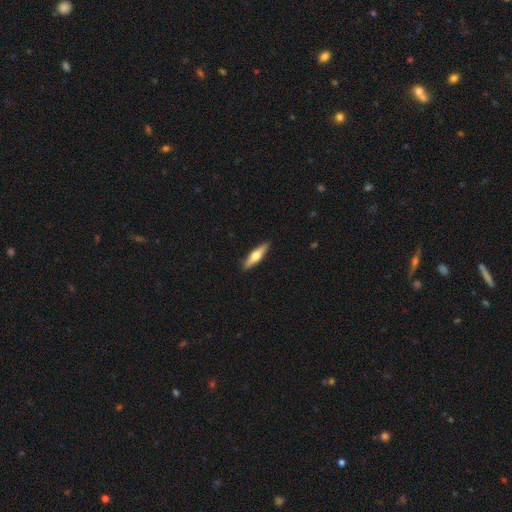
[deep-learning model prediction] The model was most divided on "smooth or featured": smooth: 50%, featured or disk: 45%, star or artifact: 5%. More confident: merging — none (91%).